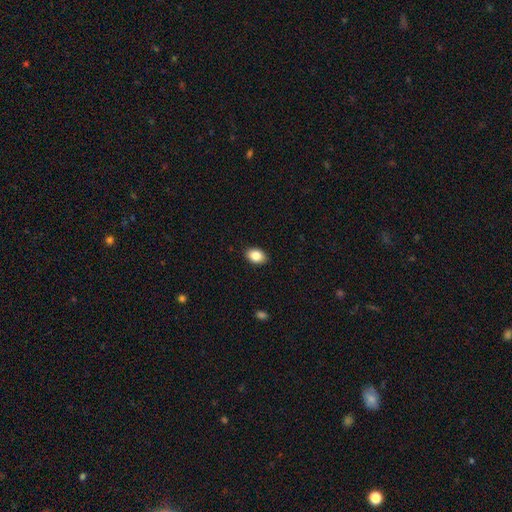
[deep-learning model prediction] This appears to be a smooth galaxy with no disk features (86%) that is in between round and cigar-shaped (84%). Merging: none (89%).